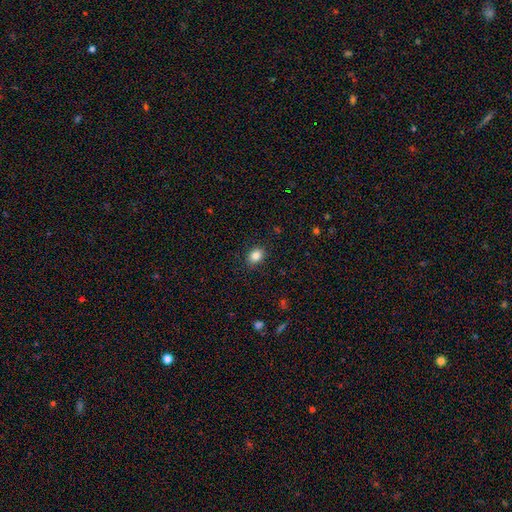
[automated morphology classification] Smooth or featured? smooth (85%)
How rounded? in between (61%)
Merging? none (88%)